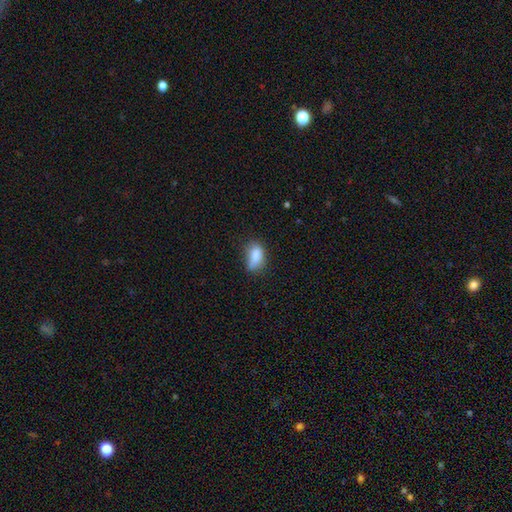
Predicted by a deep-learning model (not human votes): This is clearly a smooth galaxy (83%). How rounded: clearly in between (87%). Merging: possibly none (50%).